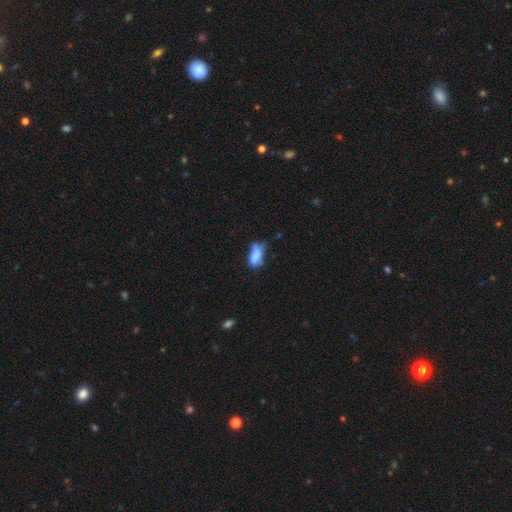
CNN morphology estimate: Smooth or featured? smooth (76%)
How rounded? in between (84%)
Merging? minor disturbance (37%)